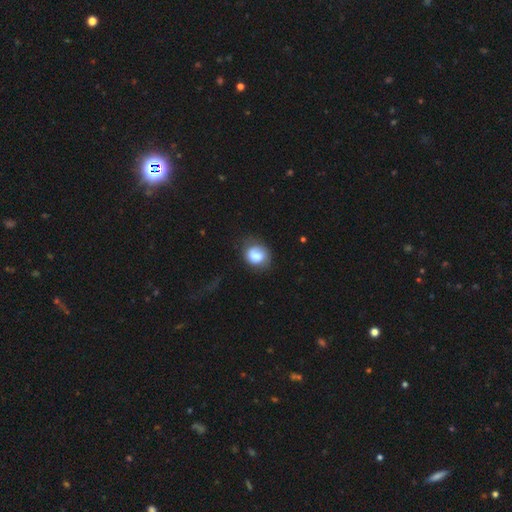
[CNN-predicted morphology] smooth_or_featured: smooth (p=0.77) [alt: featured or disk p=0.16]
how_rounded: round (p=0.63) [alt: in between p=0.37]
merging: none (p=0.55) [alt: minor disturbance p=0.27]